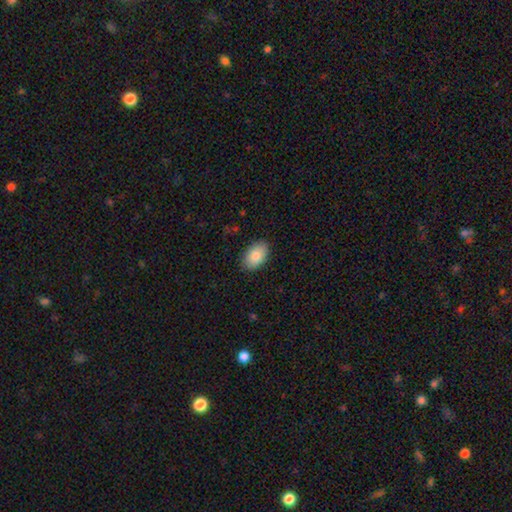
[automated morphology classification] smooth-or-featured: smooth: 86% | featured or disk: 8% | star or artifact: 6%
  how-rounded: in between: 91% | round: 8% | cigar-shaped: 1%
  merging: none: 88% | minor disturbance: 9% | major disturbance: 2% | merger: 1%